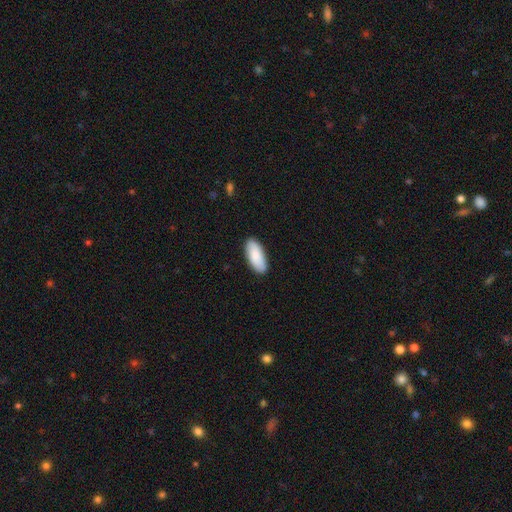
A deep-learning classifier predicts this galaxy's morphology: Smooth or featured?
  - smooth: 87% *
  - featured or disk: 8%
  - star or artifact: 5%
How rounded?
  - in between: 85% *
  - cigar-shaped: 13%
  - round: 2%
Merging?
  - none: 89% *
  - minor disturbance: 8%
  - major disturbance: 2%
  - merger: 1%